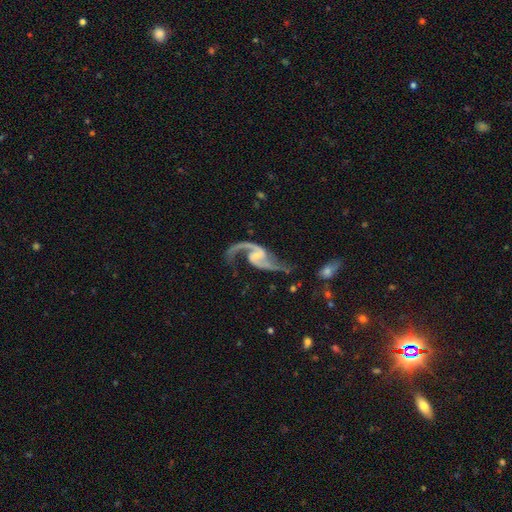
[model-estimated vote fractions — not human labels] Q: Smooth or featured?
A: featured or disk (92%); runner-up: star or artifact (5%)
Q: Edge-on disk?
A: no (97%); runner-up: yes (3%)
Q: Bar?
A: weak (44%); runner-up: no (38%)
Q: Spiral arms?
A: yes (97%); runner-up: no (3%)
Q: Spiral winding?
A: loose (67%); runner-up: medium (28%)
Q: Spiral arm count?
A: 2 (91%); runner-up: 1 (4%)
Q: Bulge size?
A: small (51%); runner-up: none (27%)
Q: Merging?
A: none (58%); runner-up: minor disturbance (18%)